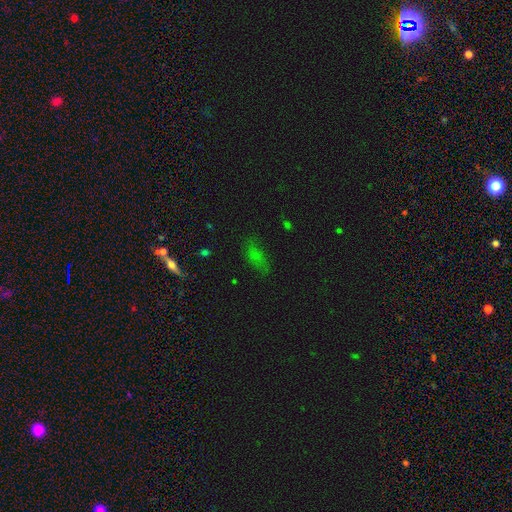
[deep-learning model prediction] The model was most divided on "smooth or featured": smooth: 60%, star or artifact: 22%, featured or disk: 17%. More confident: how rounded — in between (79%); merging — none (63%).